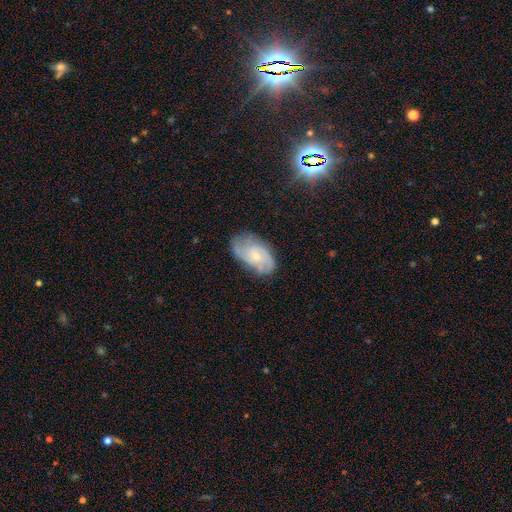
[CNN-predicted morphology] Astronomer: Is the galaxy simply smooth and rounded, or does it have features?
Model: featured or disk — 70%.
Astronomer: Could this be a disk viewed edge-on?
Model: no — 96%.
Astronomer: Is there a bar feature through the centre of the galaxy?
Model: no — 70%.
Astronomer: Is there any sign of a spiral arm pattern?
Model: yes — 91%.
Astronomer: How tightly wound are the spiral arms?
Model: medium — 42%, tied with tight at 42%.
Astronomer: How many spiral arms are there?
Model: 2 — 44% (runner-up: can't tell, 27%).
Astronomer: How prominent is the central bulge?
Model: small — 65%.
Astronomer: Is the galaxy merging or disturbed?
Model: none — 69%.